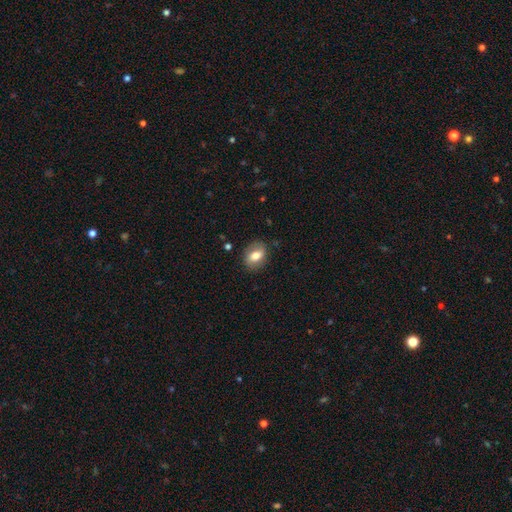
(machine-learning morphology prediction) A smooth galaxy with no disk features (71%) that is in between round and cigar-shaped (70%).

Vote fractions:
- Smooth or featured? smooth: 71% / featured or disk: 21% / star or artifact: 8%
- How rounded? in between: 70% / round: 29% / cigar-shaped: 2%
- Merging? none: 82% / minor disturbance: 13% / major disturbance: 4% / merger: 1%